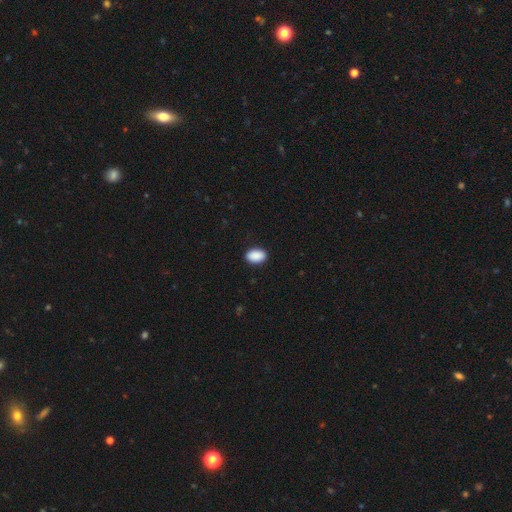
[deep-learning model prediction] Smooth or featured? Predicted: smooth (p=0.91). How rounded? Predicted: in between (p=0.88). Merging? Predicted: none (p=0.89).